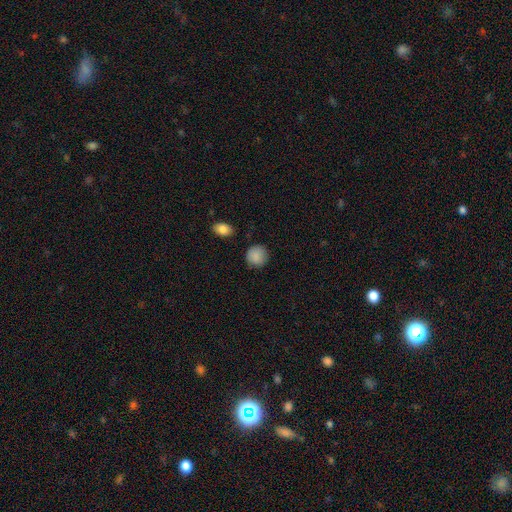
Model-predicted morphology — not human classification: Smooth or featured? smooth (88%)
How rounded? round (90%)
Merging? none (85%)